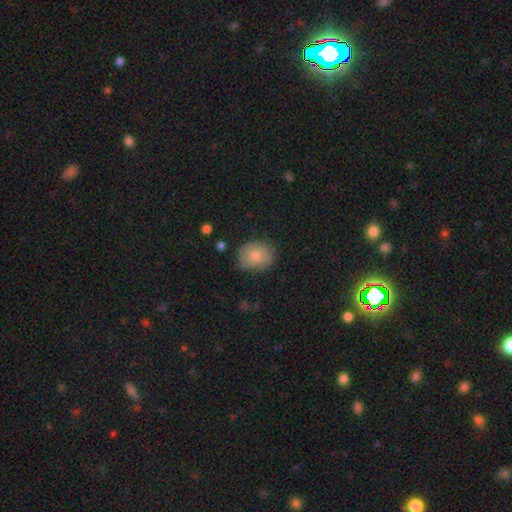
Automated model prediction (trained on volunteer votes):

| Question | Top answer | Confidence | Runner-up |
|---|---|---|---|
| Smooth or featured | smooth | 80% | featured or disk (13%) |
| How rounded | round | 57% | in between (42%) |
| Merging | none | 75% | minor disturbance (20%) |